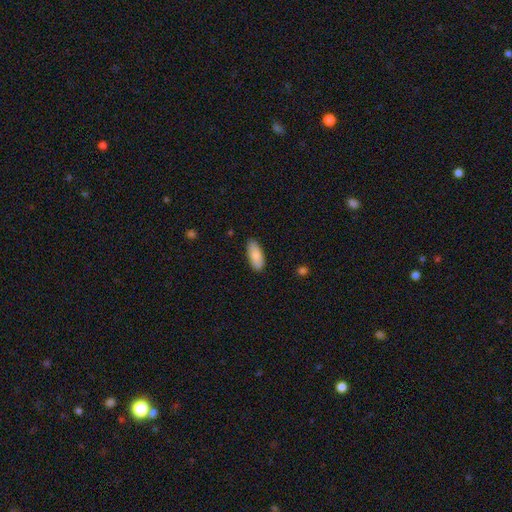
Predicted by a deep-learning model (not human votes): Q: Smooth or featured?
A: smooth (87%); runner-up: featured or disk (7%)
Q: How rounded?
A: in between (84%); runner-up: cigar-shaped (14%)
Q: Merging?
A: none (87%); runner-up: minor disturbance (10%)